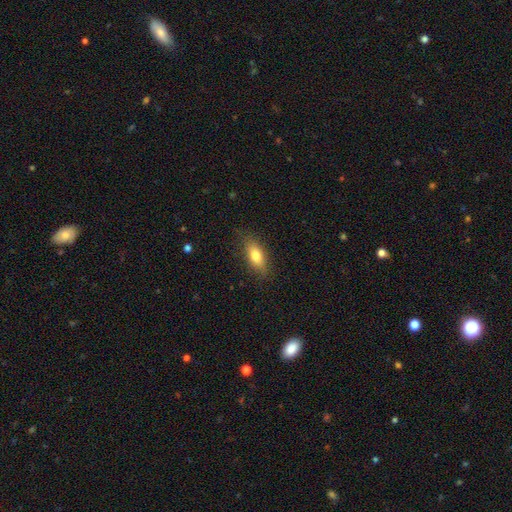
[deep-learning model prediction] Smooth or featured? smooth (77%)
How rounded? in between (77%)
Merging? none (82%)